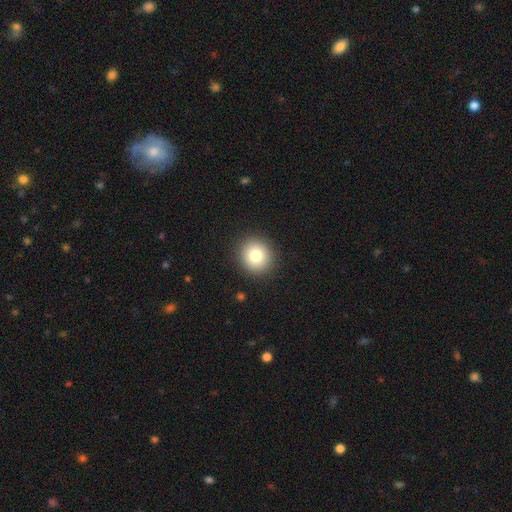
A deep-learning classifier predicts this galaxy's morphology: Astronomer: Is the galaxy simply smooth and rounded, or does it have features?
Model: smooth — 80%.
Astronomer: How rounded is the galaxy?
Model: round — 90%.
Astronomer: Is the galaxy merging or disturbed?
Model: none — 91%.